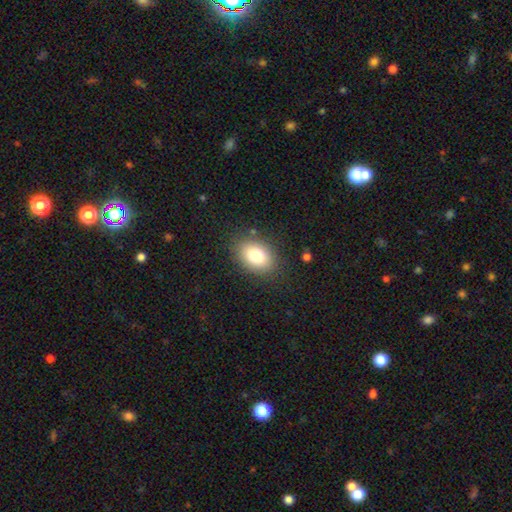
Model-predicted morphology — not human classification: type=smooth (80%); roundness=in between (81%); merging=none (84%).